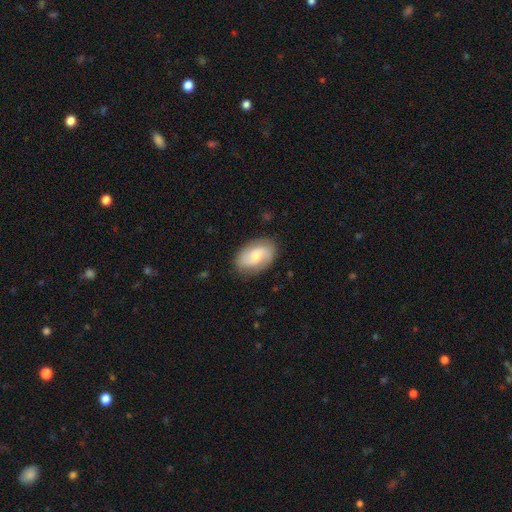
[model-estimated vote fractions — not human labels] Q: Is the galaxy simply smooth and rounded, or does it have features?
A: featured or disk — 48%.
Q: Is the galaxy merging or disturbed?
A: none — 81%.